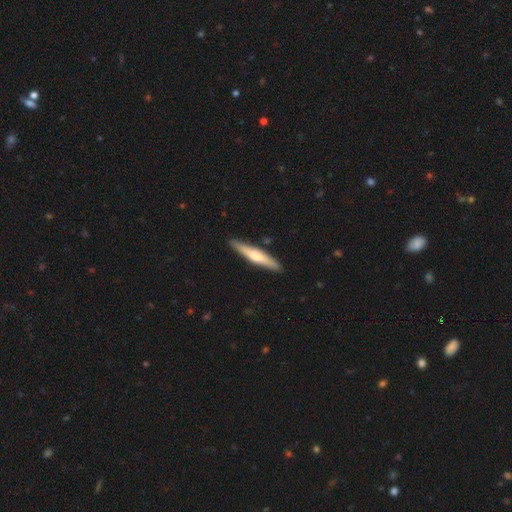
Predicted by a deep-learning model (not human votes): smooth 51%, featured or disk 45%, star or artifact 5%. Down the decision tree: how rounded — cigar-shaped (91%); merging — none (90%).